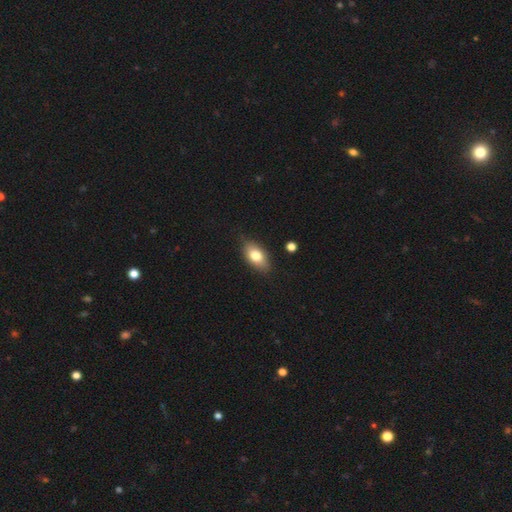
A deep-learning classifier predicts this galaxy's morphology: smooth 76%, featured or disk 16%, star or artifact 8%. Down the decision tree: how rounded — in between (88%); merging — none (81%).